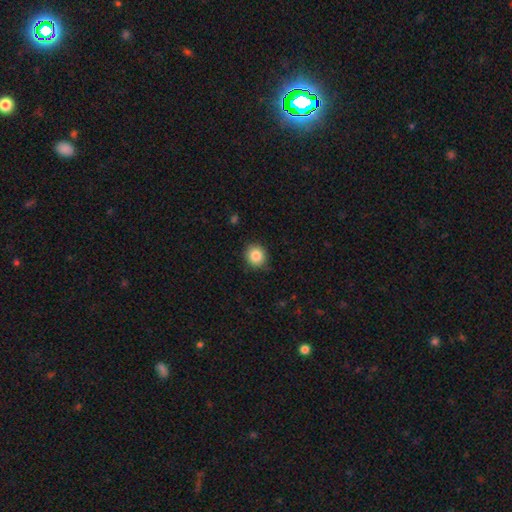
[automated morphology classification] Smooth or featured? smooth (85%)
How rounded? round (87%)
Merging? none (87%)